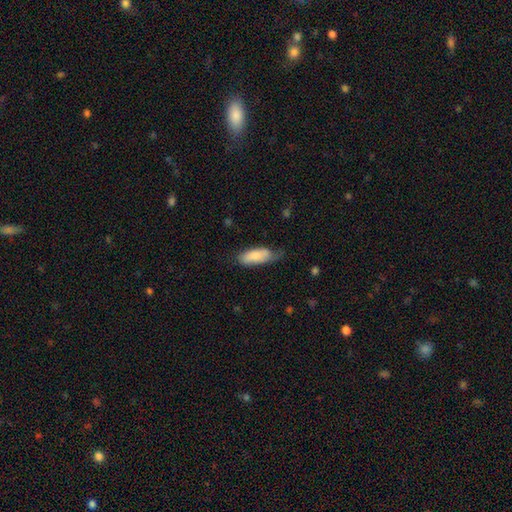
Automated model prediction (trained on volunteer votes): This is likely a smooth galaxy (80%). How rounded: likely in between (73%). Merging: possibly none (47%).